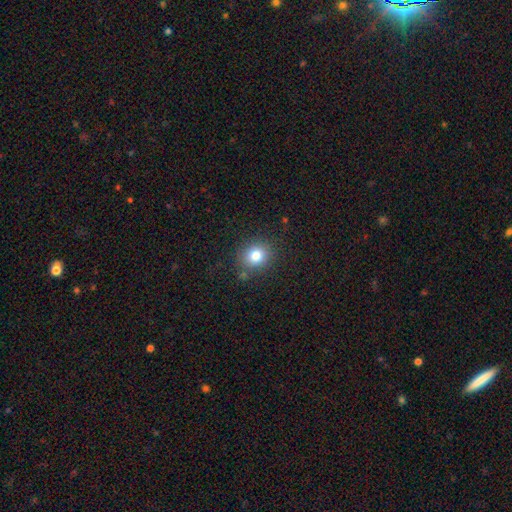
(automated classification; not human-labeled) Q: Smooth or featured?
A: smooth (80%); runner-up: star or artifact (12%)
Q: How rounded?
A: round (76%); runner-up: in between (24%)
Q: Merging?
A: none (83%); runner-up: minor disturbance (11%)